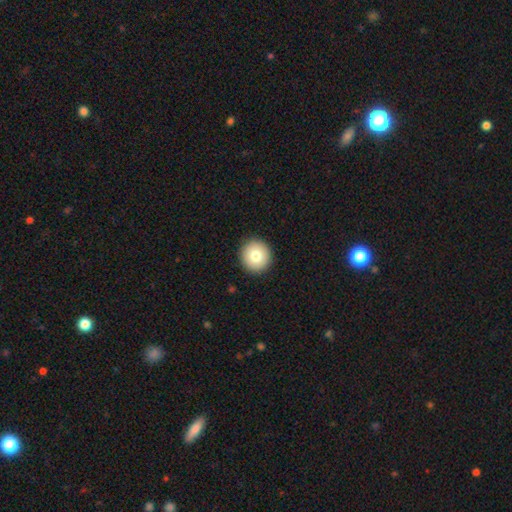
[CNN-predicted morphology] Smooth or featured: smooth — 78% (featured or disk — 13%)
How rounded: round — 94% (in between — 5%)
Merging: none — 93% (minor disturbance — 5%)